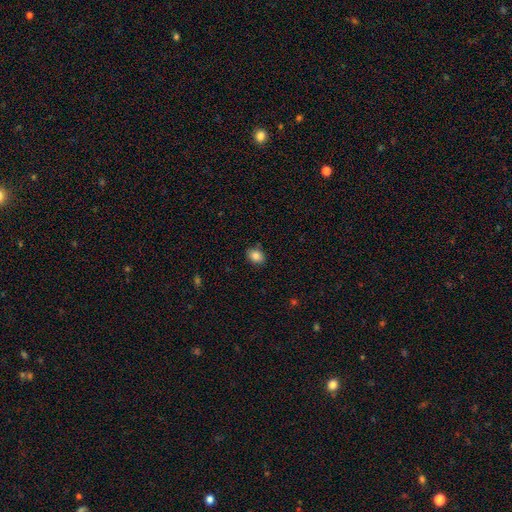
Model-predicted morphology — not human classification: type=smooth (85%); roundness=in between (60%); merging=none (84%).